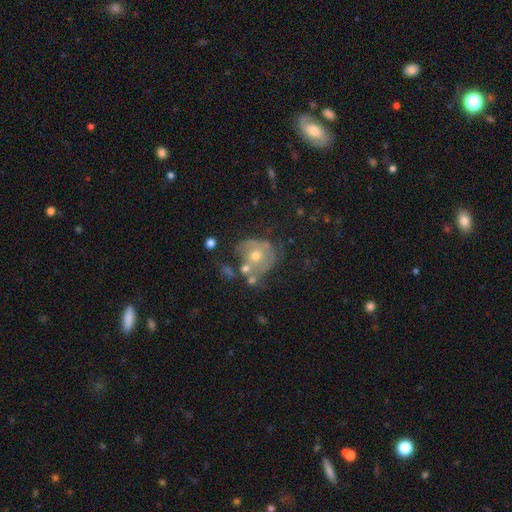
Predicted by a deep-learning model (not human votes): This appears to be a featured or disk galaxy (49%). Merging: none (35%).